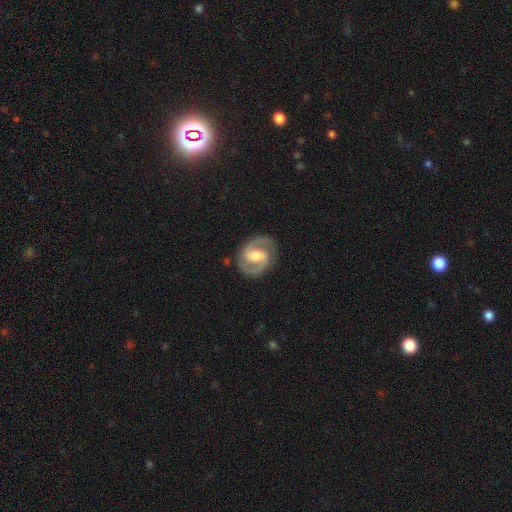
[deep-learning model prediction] Smooth or featured: featured or disk — 88% (smooth — 7%)
Edge-on disk: no — 98% (yes — 2%)
Bar: weak — 47% (strong — 31%)
Spiral arms: yes — 97% (no — 3%)
Spiral winding: medium — 57% (tight — 32%)
Spiral arm count: 2 — 93% (can't tell — 2%)
Bulge size: moderate — 61% (small — 27%)
Merging: none — 85% (minor disturbance — 10%)